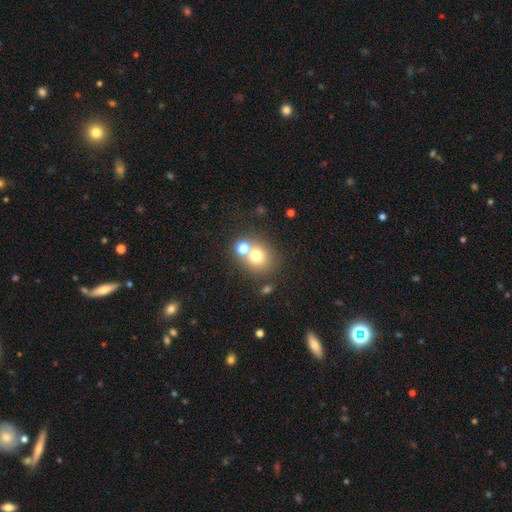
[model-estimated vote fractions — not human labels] This is likely a smooth galaxy (70%). How rounded: clearly round (80%). Merging: possibly none (58%).